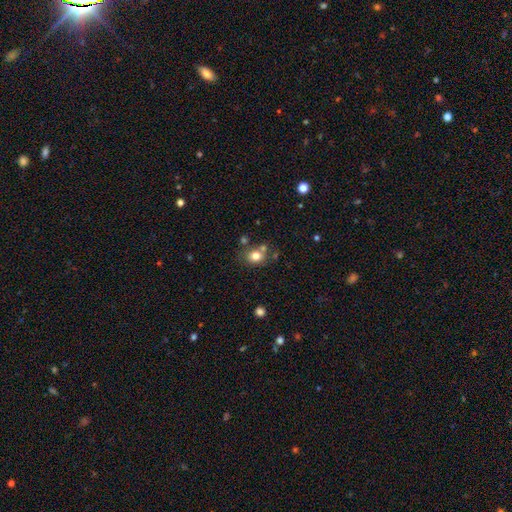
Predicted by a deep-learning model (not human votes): Q: Smooth or featured?
A: smooth (78%); runner-up: star or artifact (12%)
Q: How rounded?
A: round (65%); runner-up: in between (34%)
Q: Merging?
A: none (64%); runner-up: merger (17%)